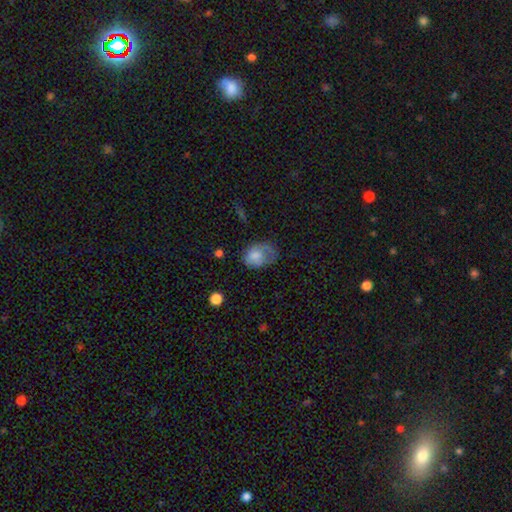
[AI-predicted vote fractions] Smooth or featured?
  - smooth: 66% *
  - featured or disk: 26%
  - star or artifact: 8%
How rounded?
  - in between: 71% *
  - round: 28%
  - cigar-shaped: 1%
Merging?
  - none: 38% *
  - minor disturbance: 33%
  - major disturbance: 28%
  - merger: 2%